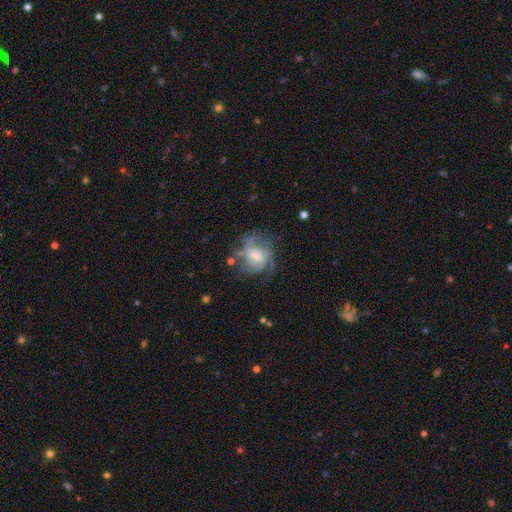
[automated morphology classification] Q: Smooth or featured?
A: featured or disk (77%); runner-up: smooth (15%)
Q: Edge-on disk?
A: no (98%); runner-up: yes (2%)
Q: Bar?
A: no (50%); runner-up: weak (42%)
Q: Spiral arms?
A: yes (89%); runner-up: no (11%)
Q: Spiral winding?
A: medium (45%); runner-up: tight (33%)
Q: Spiral arm count?
A: can't tell (30%); runner-up: 3 (28%)
Q: Bulge size?
A: small (52%); runner-up: moderate (40%)
Q: Merging?
A: none (54%); runner-up: major disturbance (22%)